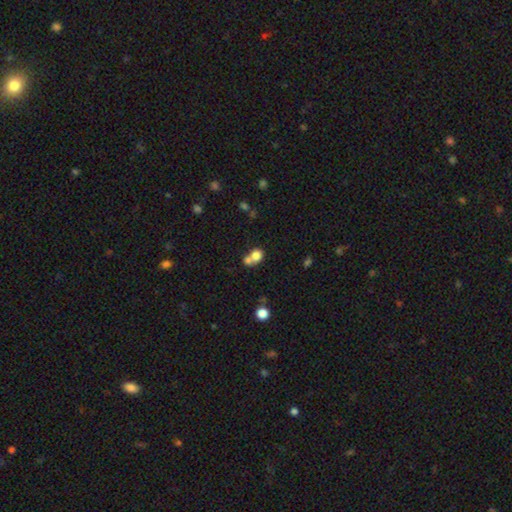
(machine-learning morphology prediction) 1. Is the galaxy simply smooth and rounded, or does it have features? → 77% smooth, 13% featured or disk, 11% star or artifact.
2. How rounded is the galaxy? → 71% round, 28% in between, 1% cigar-shaped.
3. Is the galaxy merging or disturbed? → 57% merger, 32% none, 7% minor disturbance, 4% major disturbance.